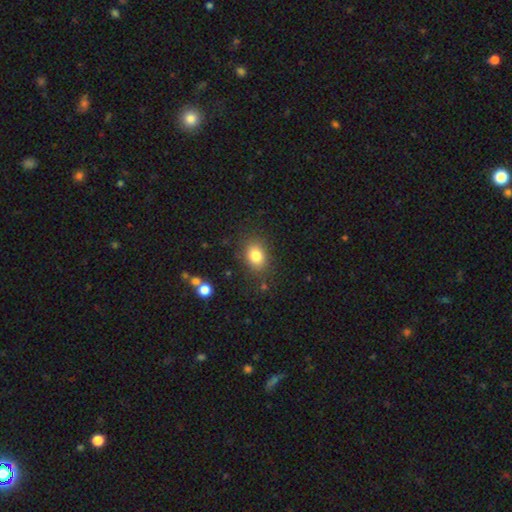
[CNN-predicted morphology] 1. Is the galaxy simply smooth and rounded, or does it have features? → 82% smooth, 10% star or artifact, 8% featured or disk.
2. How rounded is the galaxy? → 66% in between, 32% round, 1% cigar-shaped.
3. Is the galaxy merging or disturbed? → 82% none, 12% minor disturbance, 4% major disturbance, 2% merger.